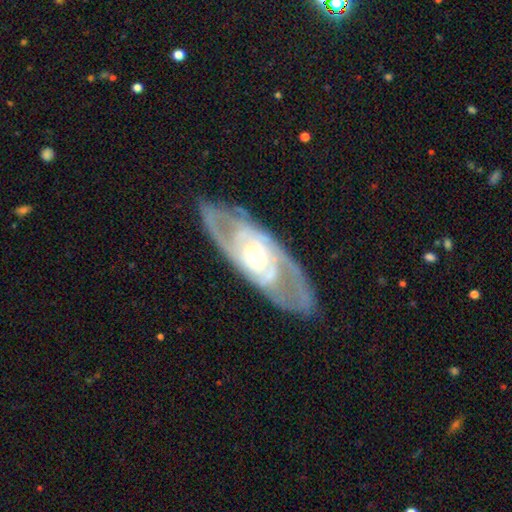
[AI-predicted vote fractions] This appears to be a featured or disk galaxy (84%) with no bar (63%), 2 (53%) tight (53%) spiral arms (86%) and a moderate central bulge (69%). Merging: none (76%).